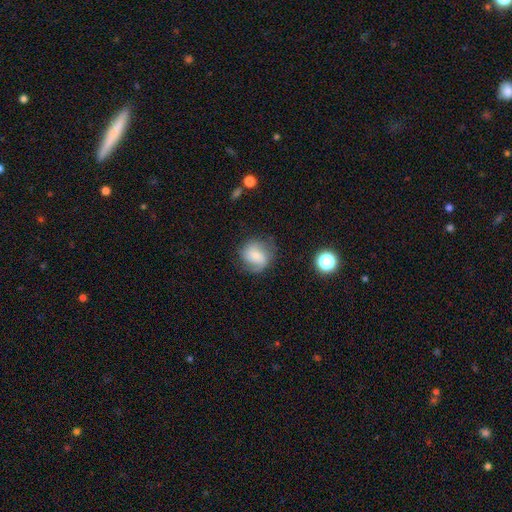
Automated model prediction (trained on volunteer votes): smooth_or_featured: smooth (p=0.49) [alt: featured or disk p=0.42]
merging: none (p=0.64) [alt: minor disturbance p=0.23]